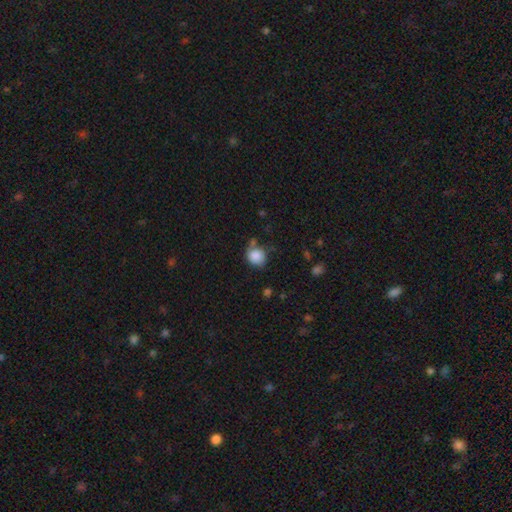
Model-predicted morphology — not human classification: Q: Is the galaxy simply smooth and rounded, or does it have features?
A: smooth — 86%.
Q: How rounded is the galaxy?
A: round — 78%.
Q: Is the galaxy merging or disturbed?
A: none — 64%.